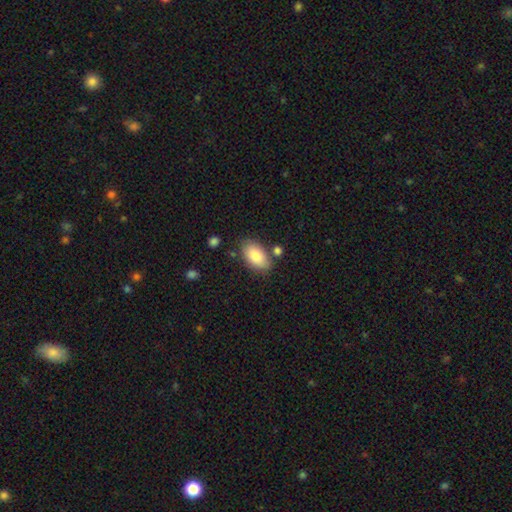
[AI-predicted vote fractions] A smooth galaxy with no disk features (84%) that is in between round and cigar-shaped (94%).

Vote fractions:
- Smooth or featured? smooth: 84% / featured or disk: 9% / star or artifact: 6%
- How rounded? in between: 94% / round: 4% / cigar-shaped: 2%
- Merging? none: 76% / minor disturbance: 14% / merger: 7% / major disturbance: 3%